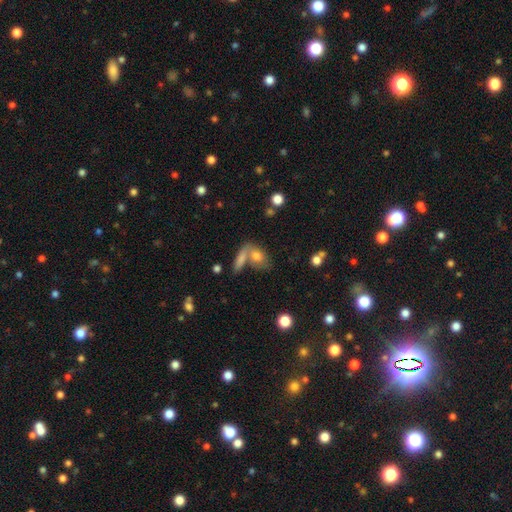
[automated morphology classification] Q: Smooth or featured?
A: smooth (70%); runner-up: featured or disk (18%)
Q: How rounded?
A: in between (70%); runner-up: round (20%)
Q: Merging?
A: none (45%); runner-up: merger (38%)